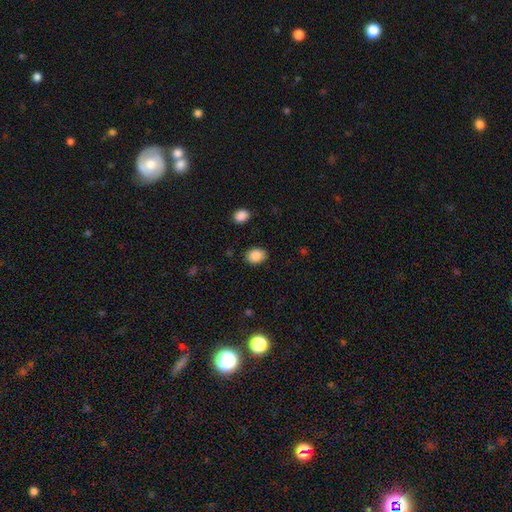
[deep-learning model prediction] This is clearly a smooth galaxy (88%). How rounded: likely in between (62%). Merging: clearly none (86%).